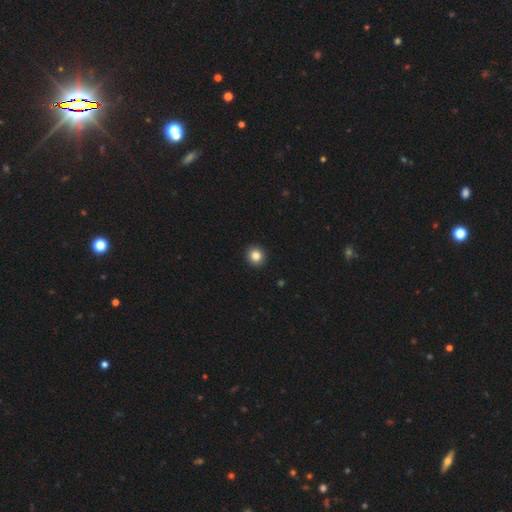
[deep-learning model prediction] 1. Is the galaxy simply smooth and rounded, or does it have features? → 84% smooth, 10% star or artifact, 5% featured or disk.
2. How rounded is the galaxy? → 91% round, 8% in between, 1% cigar-shaped.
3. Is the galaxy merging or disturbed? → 94% none, 4% minor disturbance, 1% major disturbance, 1% merger.